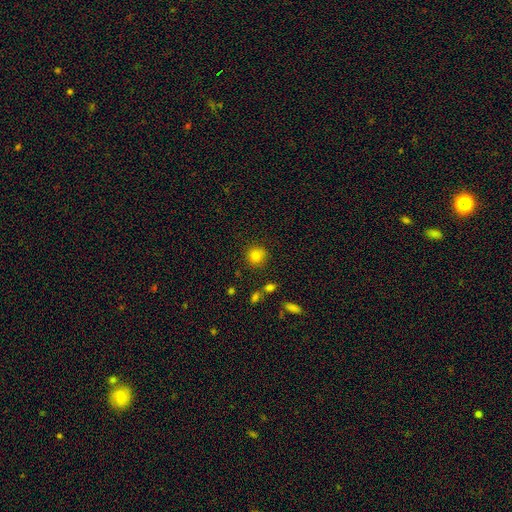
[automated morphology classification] Smooth or featured: smooth — 81% (star or artifact — 12%)
How rounded: round — 90% (in between — 9%)
Merging: none — 85% (minor disturbance — 9%)